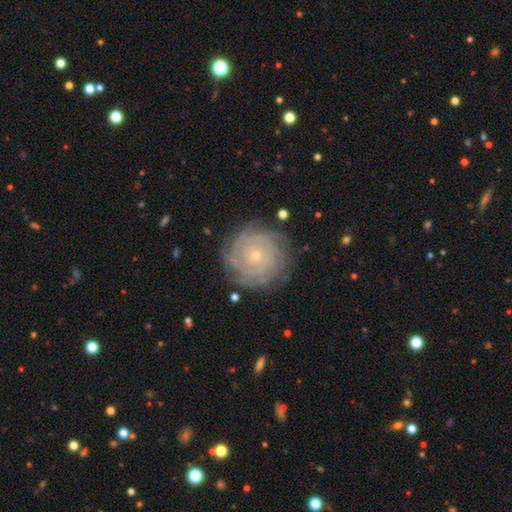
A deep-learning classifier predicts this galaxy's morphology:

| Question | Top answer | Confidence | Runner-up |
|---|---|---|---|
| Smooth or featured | featured or disk | 85% | smooth (8%) |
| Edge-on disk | no | 98% | yes (2%) |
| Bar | no | 83% | weak (13%) |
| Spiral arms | yes | 97% | no (3%) |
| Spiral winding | tight | 87% | medium (10%) |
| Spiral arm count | can't tell | 27% | 4 (23%) |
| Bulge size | small | 81% | moderate (15%) |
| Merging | none | 84% | minor disturbance (11%) |